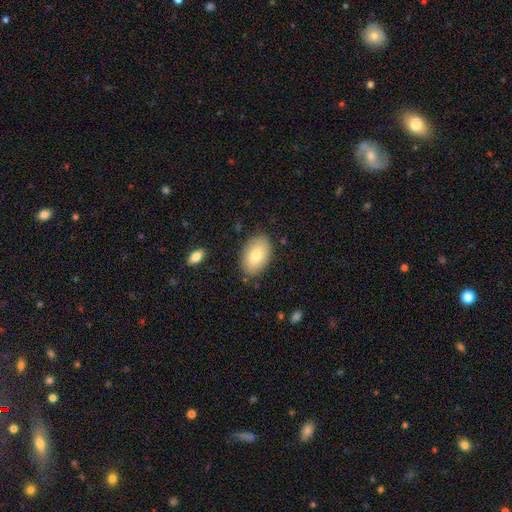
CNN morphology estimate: Smooth or featured? smooth (80%)
How rounded? in between (92%)
Merging? none (85%)